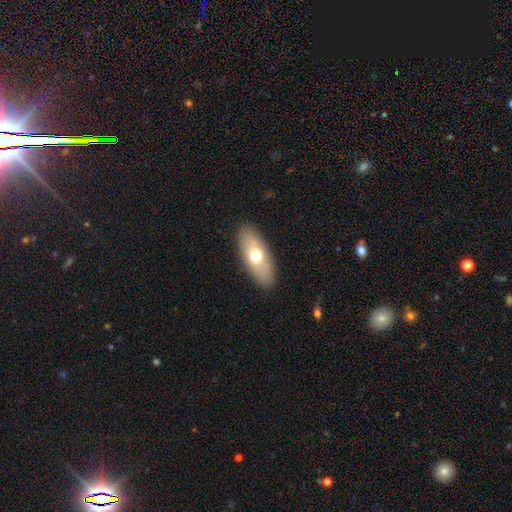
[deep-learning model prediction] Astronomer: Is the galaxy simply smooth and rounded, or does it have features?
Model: smooth — 64%.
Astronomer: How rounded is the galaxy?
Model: in between — 81%.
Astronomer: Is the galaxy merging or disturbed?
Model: none — 88%.